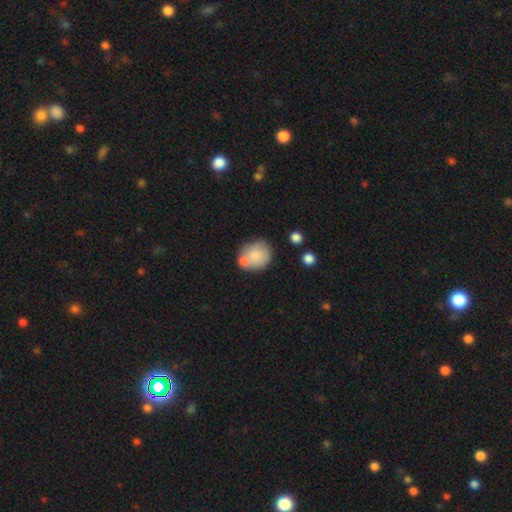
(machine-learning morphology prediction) Smooth or featured? smooth (75%)
How rounded? round (71%)
Merging? none (54%)